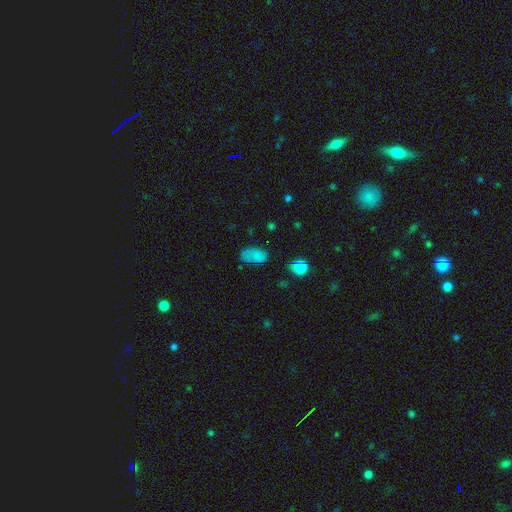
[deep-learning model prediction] This appears to be a smooth galaxy with no disk features (74%) that is in between round and cigar-shaped (91%). Merging: none (61%).